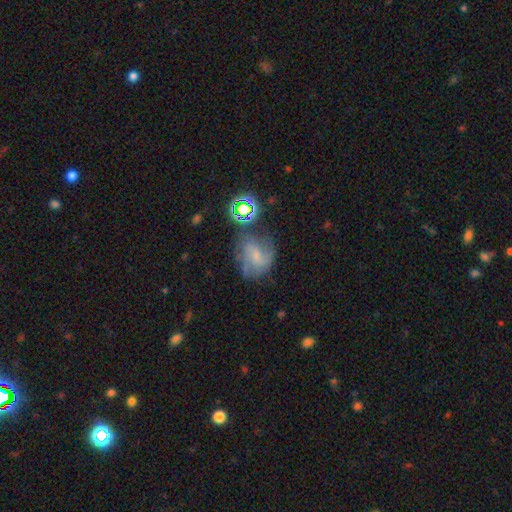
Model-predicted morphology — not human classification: Q: Smooth or featured?
A: featured or disk (55%); runner-up: smooth (28%)
Q: Edge-on disk?
A: no (97%); runner-up: yes (3%)
Q: Bar?
A: weak (47%); runner-up: no (40%)
Q: Spiral arms?
A: yes (81%); runner-up: no (19%)
Q: Bulge size?
A: small (58%); runner-up: none (21%)
Q: Merging?
A: none (51%); runner-up: minor disturbance (24%)